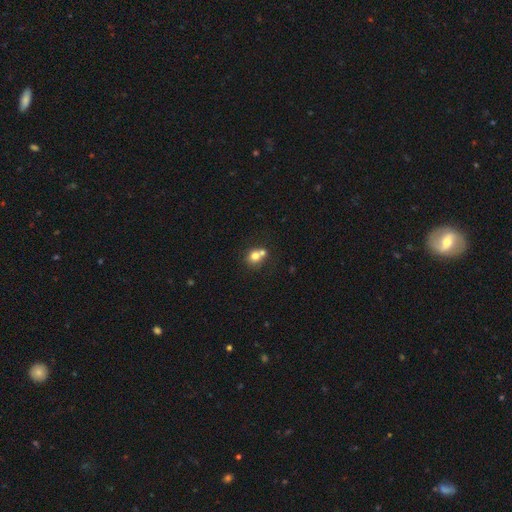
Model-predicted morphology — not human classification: Q: Smooth or featured?
A: smooth (75%); runner-up: featured or disk (14%)
Q: How rounded?
A: round (74%); runner-up: in between (25%)
Q: Merging?
A: merger (48%); runner-up: none (40%)